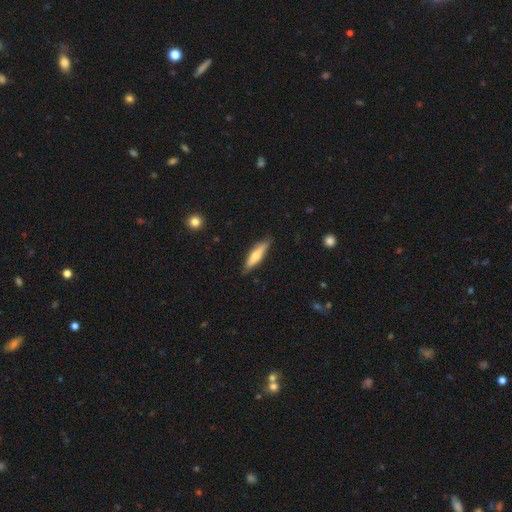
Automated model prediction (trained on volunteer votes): Smooth or featured: smooth — 60% (featured or disk — 35%)
How rounded: cigar-shaped — 73% (in between — 25%)
Merging: none — 83% (minor disturbance — 14%)